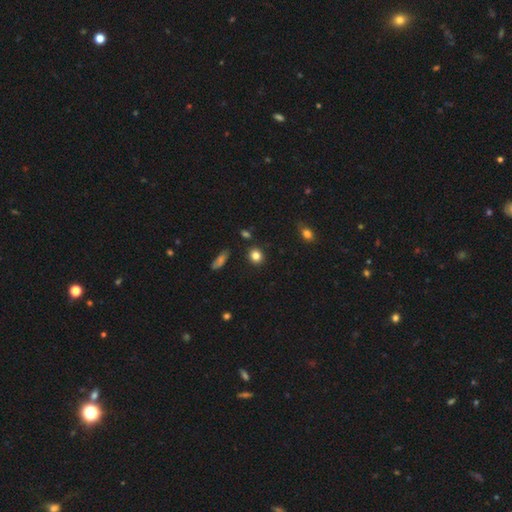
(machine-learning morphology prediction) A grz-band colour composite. It shows a smooth galaxy with no disk features (83%) that is round (81%). Merging: none (87%).